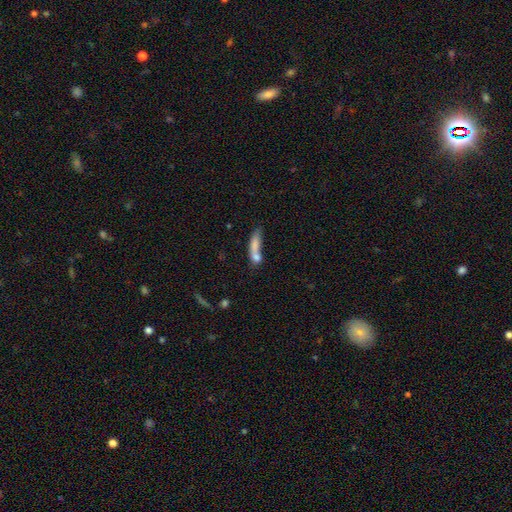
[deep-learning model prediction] smooth 71%, featured or disk 19%, star or artifact 10%. Down the decision tree: how rounded — cigar-shaped (56%); merging — merger (46%).